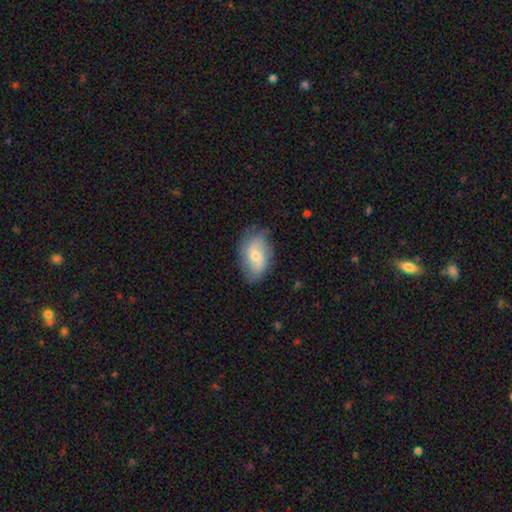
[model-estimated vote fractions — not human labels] A featured or disk galaxy (47%). Merging: none (69%).